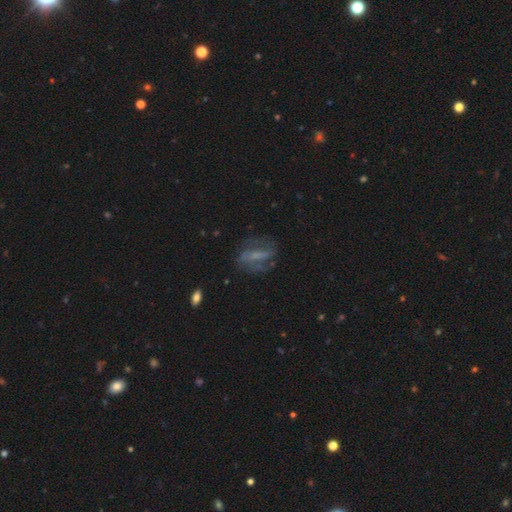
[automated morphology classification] Q: Smooth or featured?
A: featured or disk (62%); runner-up: smooth (27%)
Q: Edge-on disk?
A: no (86%); runner-up: yes (14%)
Q: Bar?
A: strong (46%); runner-up: weak (32%)
Q: Spiral arms?
A: yes (66%); runner-up: no (34%)
Q: Bulge size?
A: none (38%); runner-up: small (36%)
Q: Merging?
A: none (62%); runner-up: minor disturbance (20%)